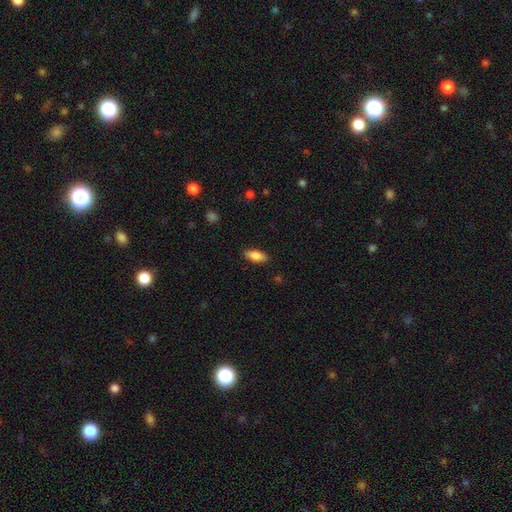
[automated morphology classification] Smooth or featured? smooth (84%)
How rounded? in between (82%)
Merging? none (87%)